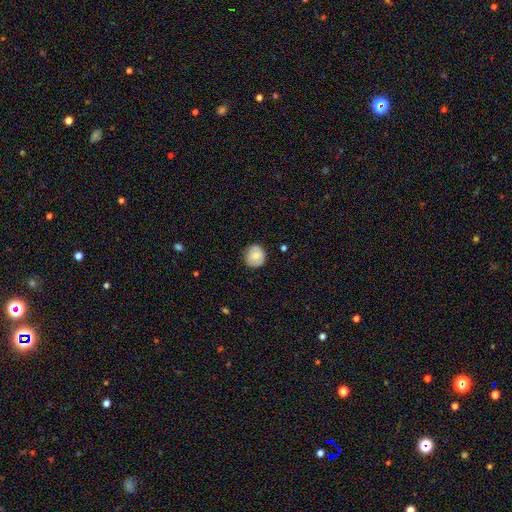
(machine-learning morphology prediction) smooth-or-featured: smooth: 72% | featured or disk: 21% | star or artifact: 7%
  how-rounded: round: 86% | in between: 13% | cigar-shaped: 1%
  merging: none: 83% | minor disturbance: 13% | major disturbance: 3% | merger: 1%